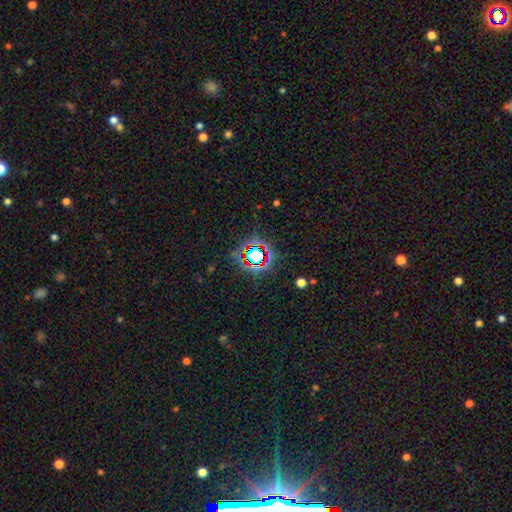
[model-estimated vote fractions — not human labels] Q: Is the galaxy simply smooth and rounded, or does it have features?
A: star or artifact — 68%.